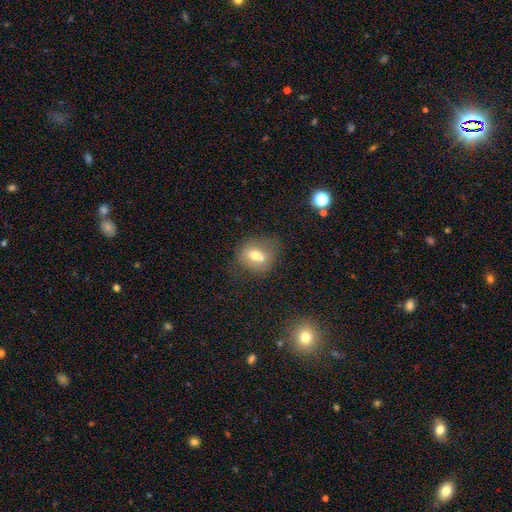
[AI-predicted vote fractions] smooth 64%, featured or disk 26%, star or artifact 10%. Down the decision tree: how rounded — round (58%); merging — none (39%, tied with merger).